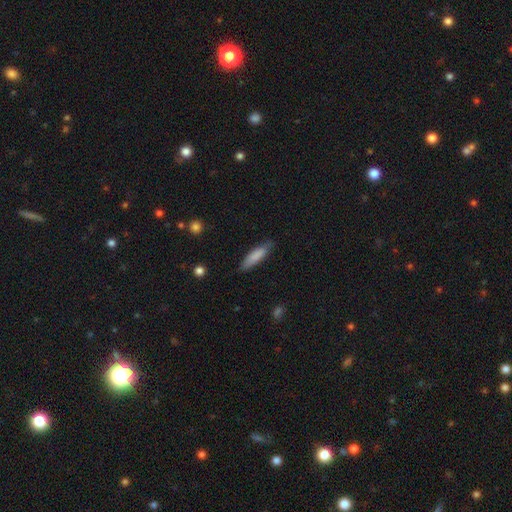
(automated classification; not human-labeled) A smooth galaxy with no disk features (82%) that is cigar-shaped (71%).

Vote fractions:
- Smooth or featured? smooth: 82% / featured or disk: 12% / star or artifact: 6%
- How rounded? cigar-shaped: 71% / in between: 27% / round: 1%
- Merging? none: 80% / minor disturbance: 15% / major disturbance: 3% / merger: 1%